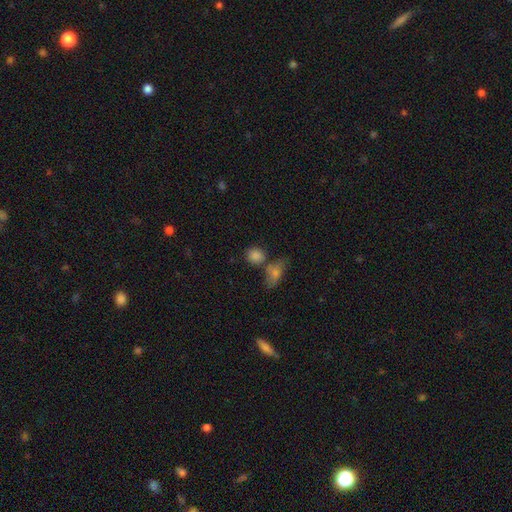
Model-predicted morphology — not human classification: Q: Smooth or featured?
A: smooth (84%); runner-up: star or artifact (9%)
Q: How rounded?
A: round (71%); runner-up: in between (27%)
Q: Merging?
A: none (57%); runner-up: merger (27%)